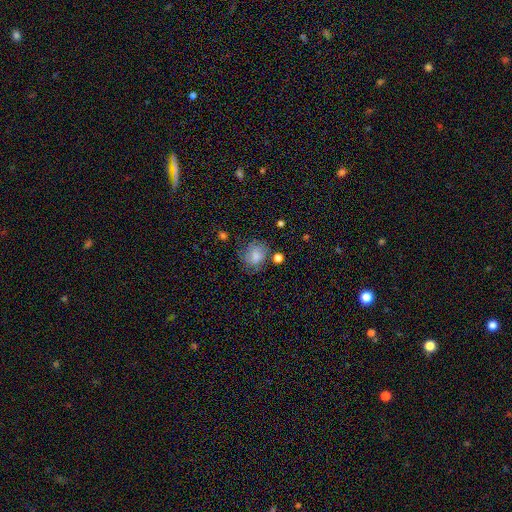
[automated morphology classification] Smooth or featured? Predicted: smooth (p=0.62). How rounded? Predicted: round (p=0.68). Merging? Predicted: none (p=0.60).